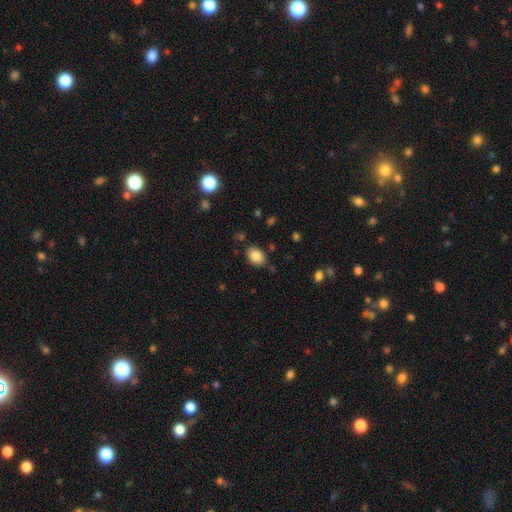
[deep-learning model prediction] A smooth galaxy with no disk features (86%) that is in between round and cigar-shaped (74%). Merging: none (78%).